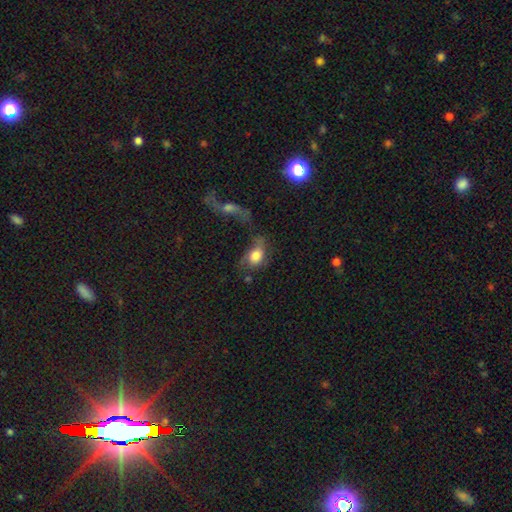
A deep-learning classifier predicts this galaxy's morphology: Overall: smooth (61%; featured or disk 29%). How rounded: in between (73%). Merging: none (31%; major disturbance 26%).